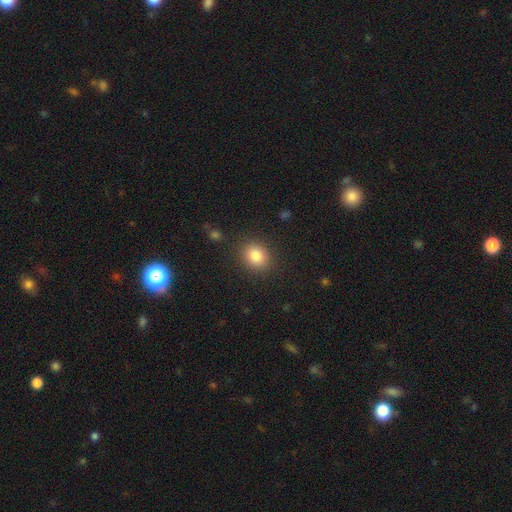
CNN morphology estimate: smooth_or_featured: smooth (p=0.83) [alt: star or artifact p=0.10]
how_rounded: round (p=0.63) [alt: in between p=0.36]
merging: none (p=0.87) [alt: minor disturbance p=0.08]